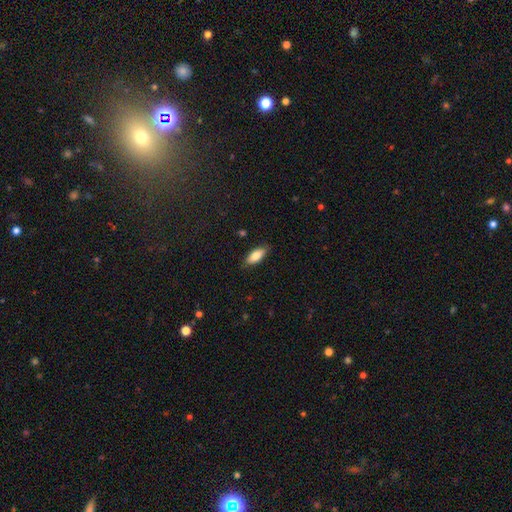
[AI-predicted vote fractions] Smooth or featured: smooth — 80% (featured or disk — 14%)
How rounded: in between — 80% (cigar-shaped — 18%)
Merging: none — 84% (minor disturbance — 12%)